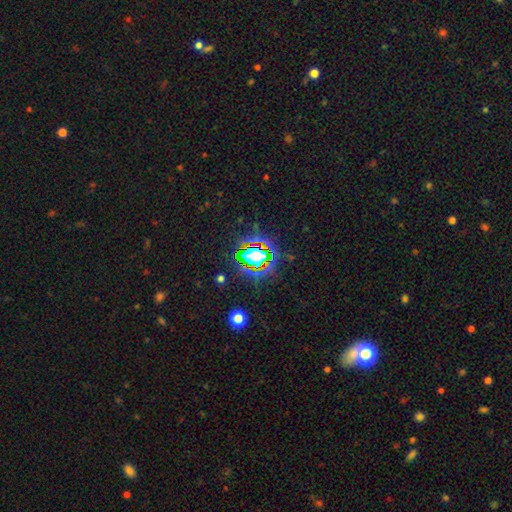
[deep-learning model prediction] smooth_or_featured: star or artifact (p=0.64) [alt: smooth p=0.22]